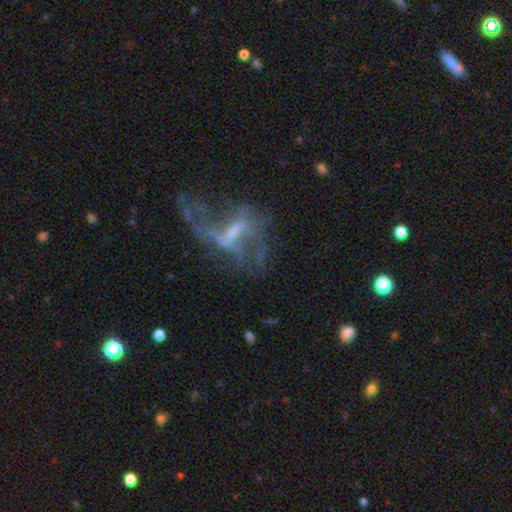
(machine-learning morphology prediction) A featured or disk galaxy (76%) with a weak bar (43%), 2 (62%) loose (78%) spiral arms (72%) and a small central bulge (39%). Merging: major disturbance (40%).